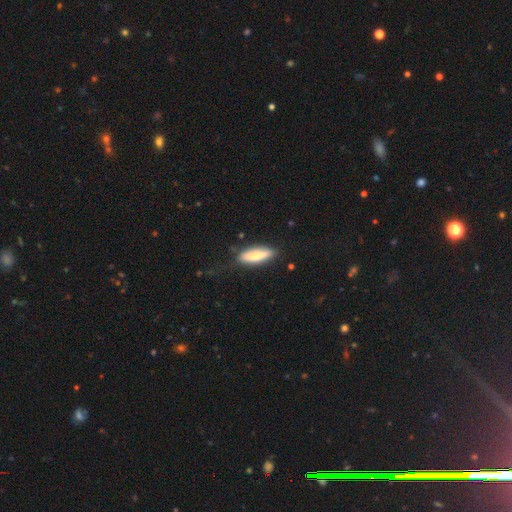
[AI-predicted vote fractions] A smooth galaxy with no disk features (74%) that is cigar-shaped (55%). Merging: none (70%).